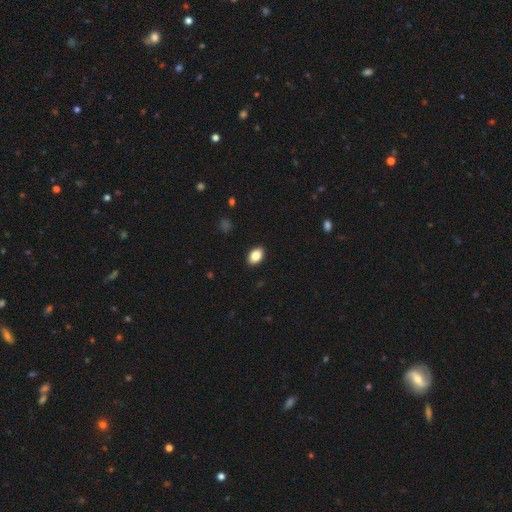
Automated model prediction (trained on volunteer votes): Smooth or featured? Predicted: smooth (p=0.86). How rounded? Predicted: in between (p=0.84). Merging? Predicted: none (p=0.90).